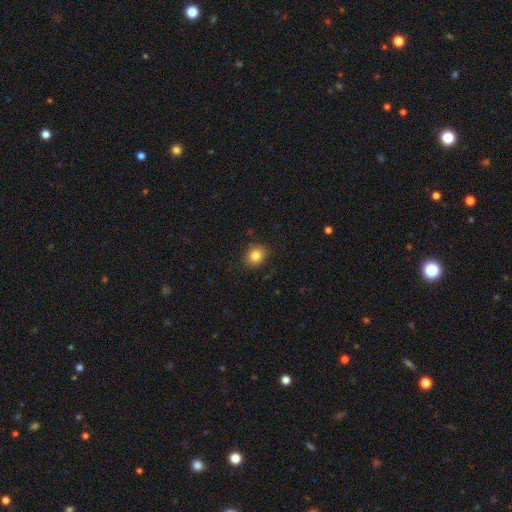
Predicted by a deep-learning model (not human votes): A smooth galaxy with no disk features (83%) that is round (64%).

Vote fractions:
- Smooth or featured? smooth: 83% / star or artifact: 10% / featured or disk: 7%
- How rounded? round: 64% / in between: 35% / cigar-shaped: 1%
- Merging? none: 87% / minor disturbance: 10% / major disturbance: 2% / merger: 1%